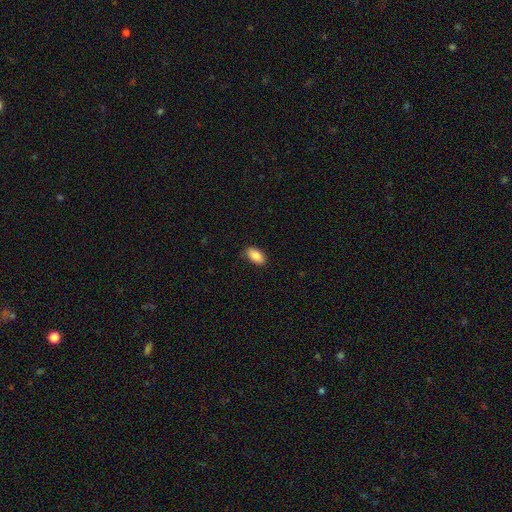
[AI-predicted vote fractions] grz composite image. It shows a smooth galaxy with no disk features (86%) that is in between round and cigar-shaped (93%). Merging: none (85%).